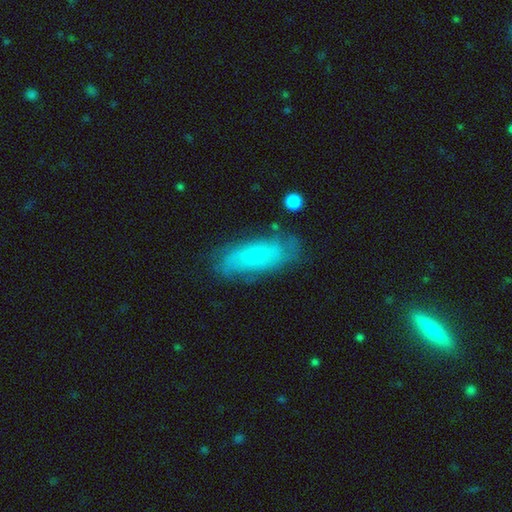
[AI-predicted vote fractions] A smooth galaxy with no disk features (51%) that is in between round and cigar-shaped (72%). Merging: none (70%).